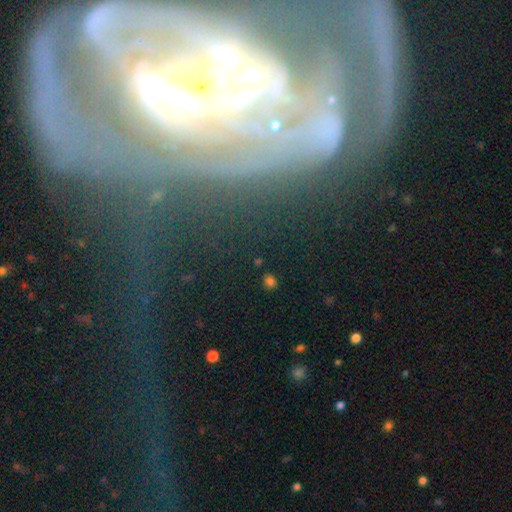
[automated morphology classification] Smooth or featured? featured or disk (77%)
Edge-on disk? no (89%)
Bar? strong (43%)
Spiral arms? yes (71%)
Bulge size? small (40%)
Merging? none (37%, tied with major disturbance)